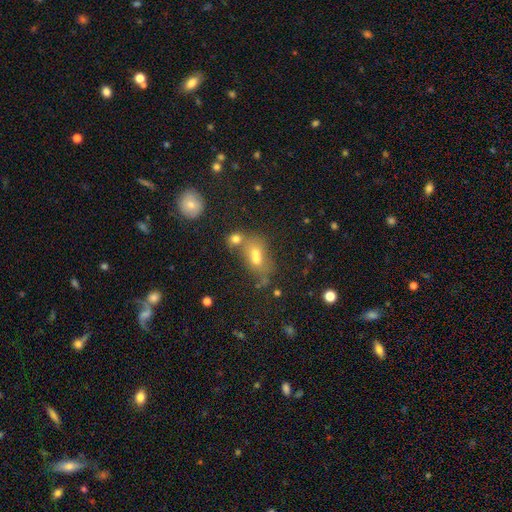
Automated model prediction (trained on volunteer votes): Q: Smooth or featured?
A: smooth (57%); runner-up: star or artifact (22%)
Q: How rounded?
A: in between (61%); runner-up: round (35%)
Q: Merging?
A: merger (53%); runner-up: none (31%)